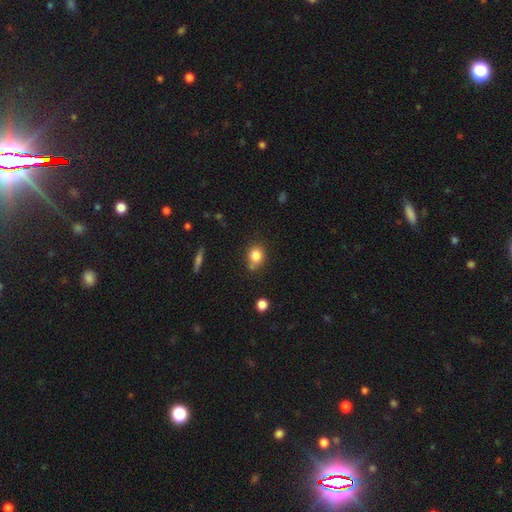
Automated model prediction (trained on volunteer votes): Q: Smooth or featured?
A: smooth (81%); runner-up: star or artifact (11%)
Q: How rounded?
A: round (56%); runner-up: in between (43%)
Q: Merging?
A: none (61%); runner-up: minor disturbance (20%)